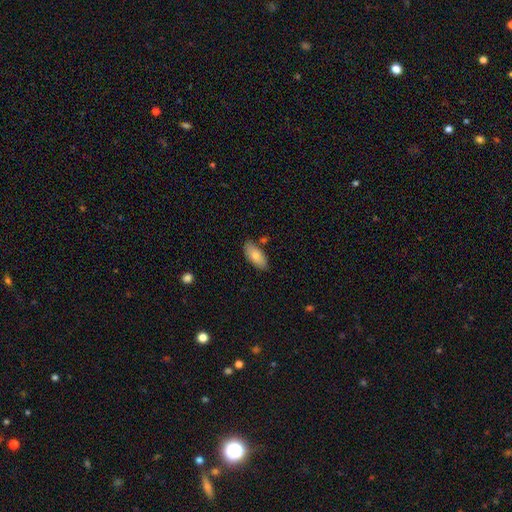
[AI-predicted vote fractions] Q: Smooth or featured?
A: smooth (80%); runner-up: featured or disk (14%)
Q: How rounded?
A: in between (90%); runner-up: cigar-shaped (8%)
Q: Merging?
A: none (79%); runner-up: minor disturbance (14%)